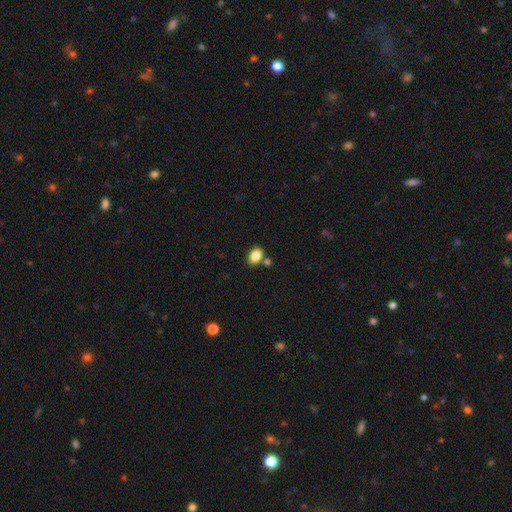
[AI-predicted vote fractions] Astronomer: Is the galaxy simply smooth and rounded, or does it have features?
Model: smooth — 86%.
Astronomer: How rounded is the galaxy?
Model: in between — 77%.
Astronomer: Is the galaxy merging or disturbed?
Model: none — 73%.